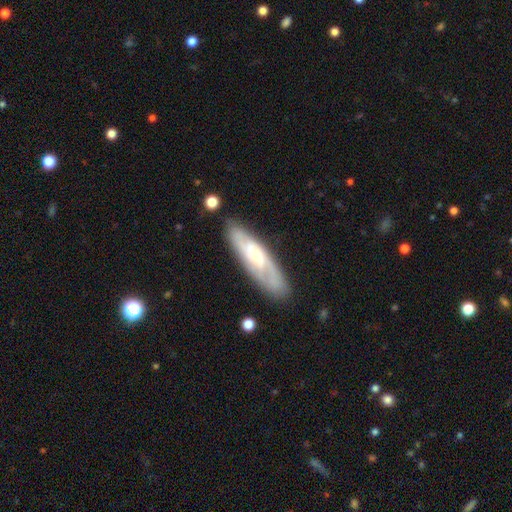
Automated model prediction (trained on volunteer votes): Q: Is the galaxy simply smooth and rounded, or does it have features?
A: featured or disk — 69%.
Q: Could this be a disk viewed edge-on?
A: no — 74%.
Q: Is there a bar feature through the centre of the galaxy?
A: no — 68%.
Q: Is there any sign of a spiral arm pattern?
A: yes — 80%.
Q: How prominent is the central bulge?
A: small — 57%.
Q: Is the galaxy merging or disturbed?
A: none — 81%.